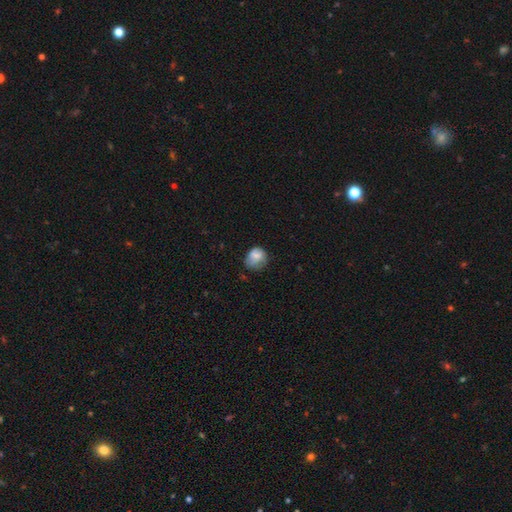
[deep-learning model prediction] Smooth or featured?
  - smooth: 75% *
  - featured or disk: 16%
  - star or artifact: 9%
How rounded?
  - round: 59% *
  - in between: 40%
  - cigar-shaped: 1%
Merging?
  - none: 43% *
  - minor disturbance: 36%
  - major disturbance: 18%
  - merger: 3%